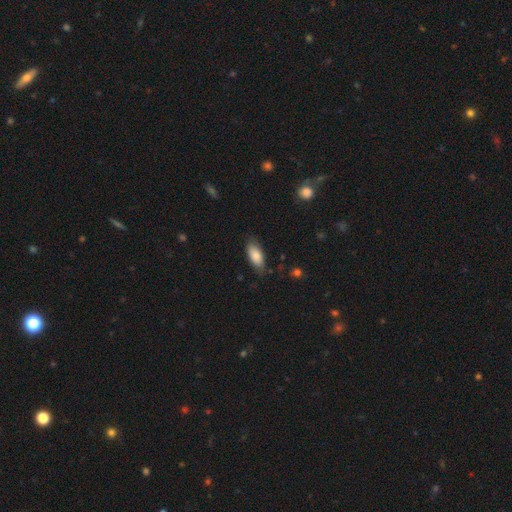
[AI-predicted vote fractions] Overall: smooth (83%). How rounded: in between (86%). Merging: none (77%).